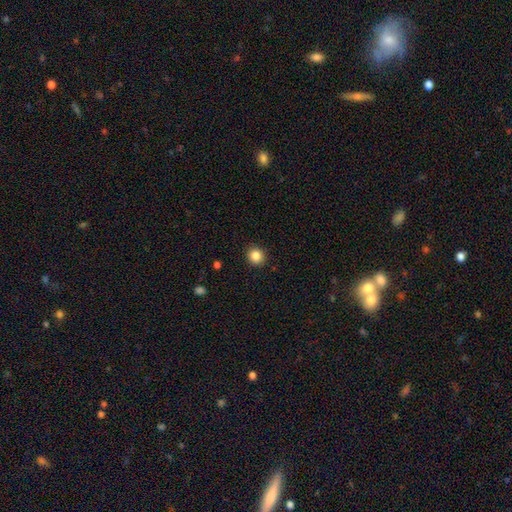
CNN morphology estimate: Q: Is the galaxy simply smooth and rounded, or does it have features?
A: smooth — 85%.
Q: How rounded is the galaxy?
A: round — 89%.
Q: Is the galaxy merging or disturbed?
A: none — 91%.